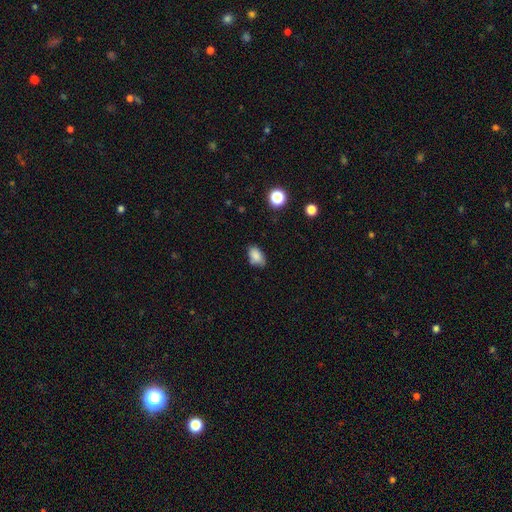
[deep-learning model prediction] smooth 85%, star or artifact 9%, featured or disk 6%. Down the decision tree: how rounded — in between (88%); merging — none (72%).